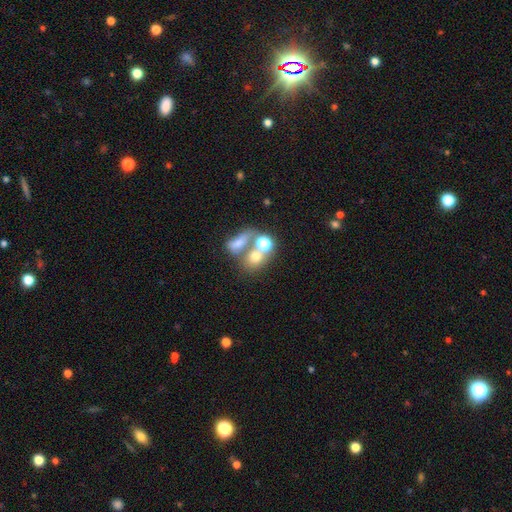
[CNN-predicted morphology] The model was most divided on "merging": merger: 46%, none: 36%, minor disturbance: 9%, major disturbance: 9%. More confident: smooth or featured — smooth (63%); how rounded — round (60%).